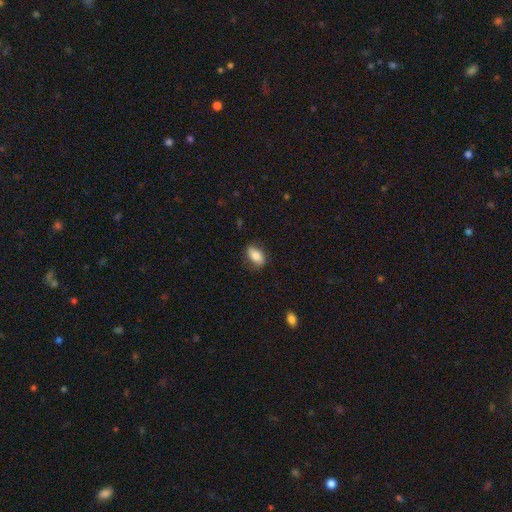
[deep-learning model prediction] Q: Smooth or featured?
A: smooth (80%); runner-up: featured or disk (13%)
Q: How rounded?
A: in between (89%); runner-up: round (7%)
Q: Merging?
A: none (77%); runner-up: minor disturbance (17%)